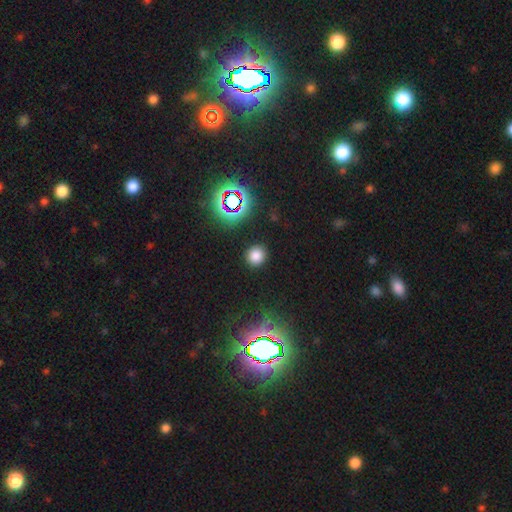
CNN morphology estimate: smooth_or_featured: smooth (p=0.76) [alt: star or artifact p=0.19]
how_rounded: round (p=0.89) [alt: in between p=0.10]
merging: none (p=0.89) [alt: minor disturbance p=0.07]